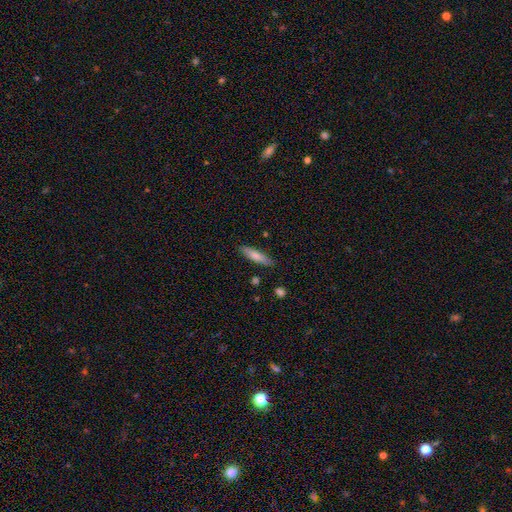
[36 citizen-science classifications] Smooth or featured? smooth (83%)
How rounded? cigar-shaped (73%)
Merging? none (94%)